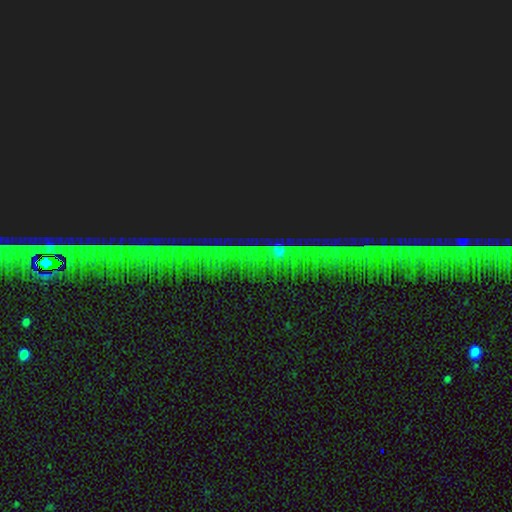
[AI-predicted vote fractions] star or artifact 85%, featured or disk 9%, smooth 6%.